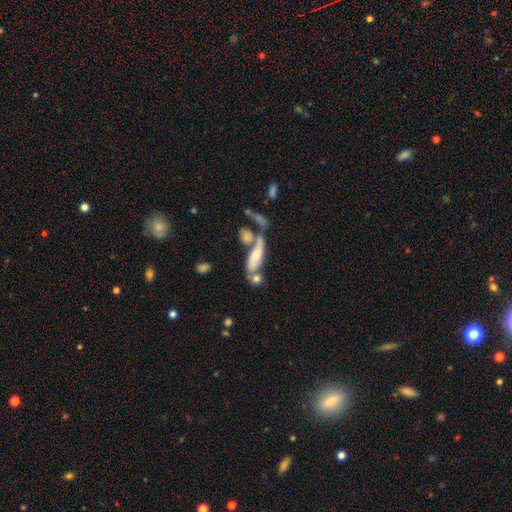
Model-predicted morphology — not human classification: This is possibly a smooth galaxy (48%). Merging: marginally merger (38%).